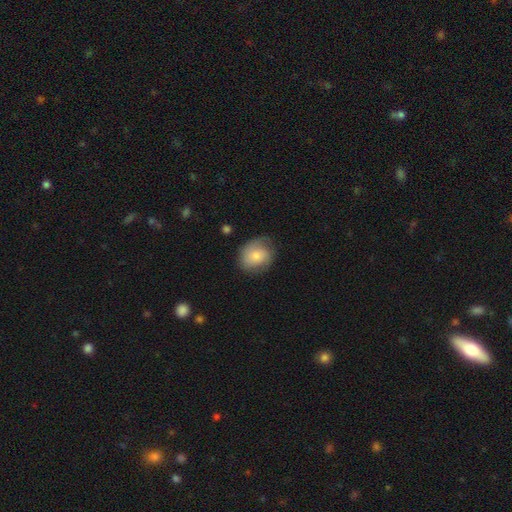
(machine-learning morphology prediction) The model was most divided on "how rounded": round: 60%, in between: 39%, cigar-shaped: 1%. More confident: smooth or featured — smooth (72%); merging — none (67%).